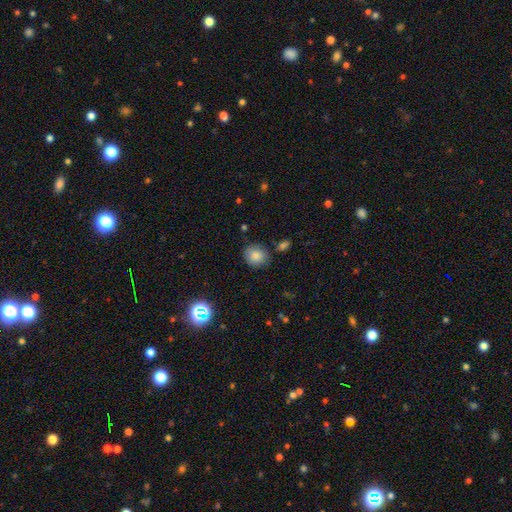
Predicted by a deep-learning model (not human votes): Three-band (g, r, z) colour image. It shows a smooth galaxy with no disk features (84%) that is round (79%). Merging: none (80%).